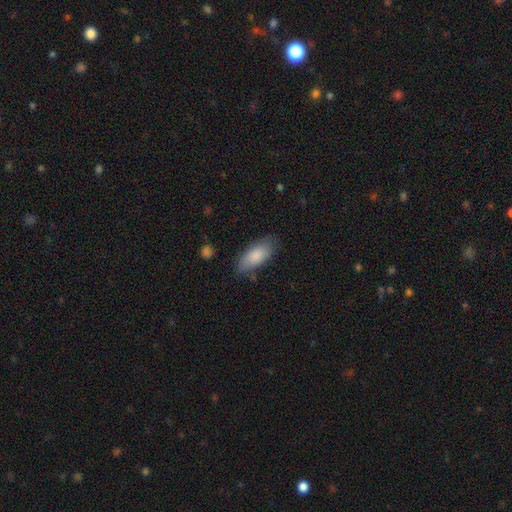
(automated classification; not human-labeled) smooth_or_featured: smooth (p=0.83) [alt: featured or disk p=0.11]
how_rounded: in between (p=0.87) [alt: cigar-shaped p=0.11]
merging: none (p=0.73) [alt: minor disturbance p=0.20]